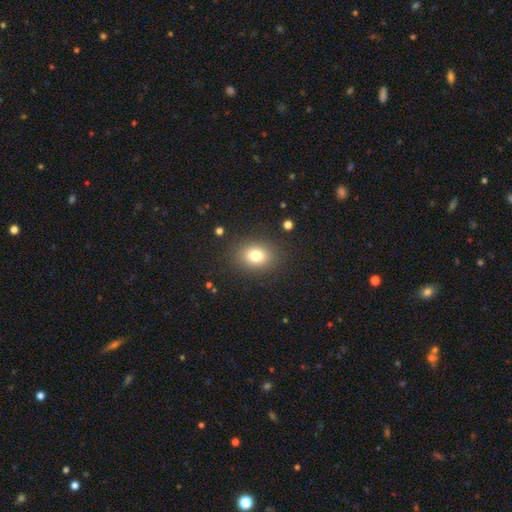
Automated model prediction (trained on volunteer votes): Smooth or featured? Predicted: smooth (p=0.79). How rounded? Predicted: in between (p=0.53). Merging? Predicted: none (p=0.86).